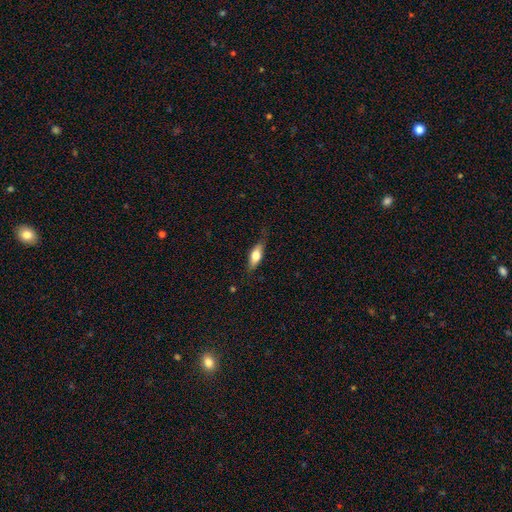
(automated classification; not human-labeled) Smooth or featured? Predicted: smooth (p=0.66). How rounded? Predicted: in between (p=0.67). Merging? Predicted: none (p=0.76).